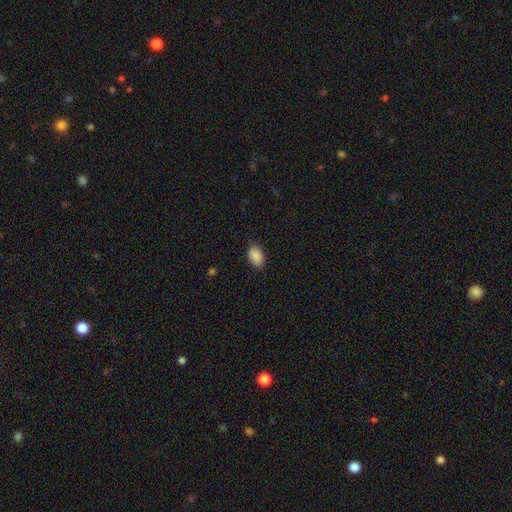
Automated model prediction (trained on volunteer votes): Smooth or featured: smooth — 90% (star or artifact — 7%)
How rounded: in between — 91% (round — 8%)
Merging: none — 82% (minor disturbance — 14%)